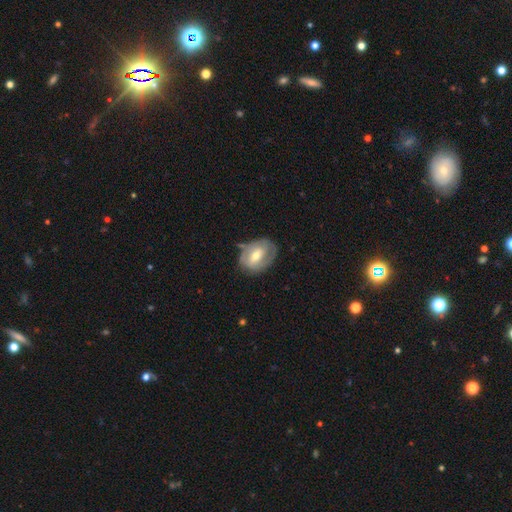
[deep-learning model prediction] Smooth or featured?
  - featured or disk: 60% *
  - smooth: 34%
  - star or artifact: 6%
Edge-on disk?
  - no: 95% *
  - yes: 5%
Bar?
  - weak: 44% *
  - no: 31%
  - strong: 24%
Spiral arms?
  - yes: 61% *
  - no: 39%
Bulge size?
  - moderate: 66% *
  - small: 27%
  - large: 5%
  - none: 1%
  - dominant: 1%
Merging?
  - none: 64% *
  - minor disturbance: 24%
  - major disturbance: 9%
  - merger: 3%